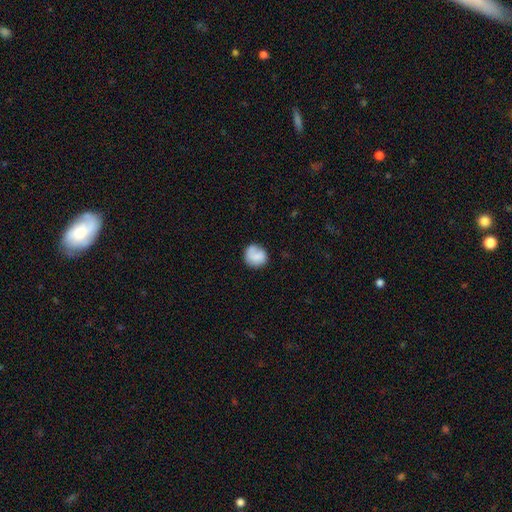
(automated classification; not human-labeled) This appears to be a smooth galaxy with no disk features (76%) that is round (85%). Merging: none (70%).